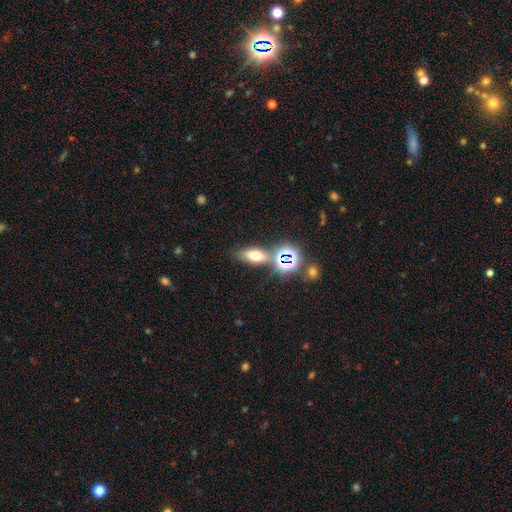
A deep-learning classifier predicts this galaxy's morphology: smooth_or_featured: smooth (p=0.59) [alt: star or artifact p=0.25]
how_rounded: in between (p=0.67) [alt: cigar-shaped p=0.17]
merging: none (p=0.68) [alt: merger p=0.15]